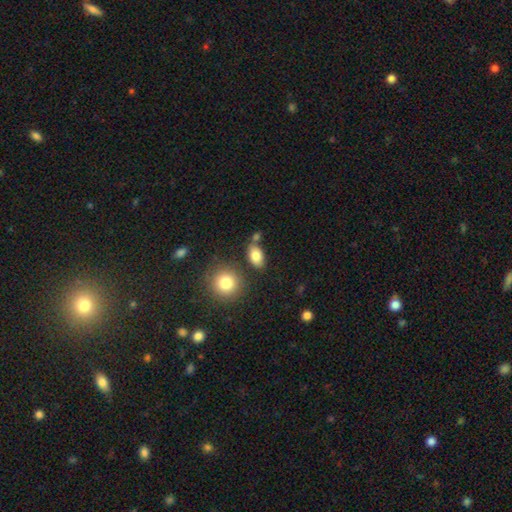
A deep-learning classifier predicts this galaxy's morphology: This is clearly a smooth galaxy (83%). How rounded: clearly in between (85%). Merging: likely none (71%).